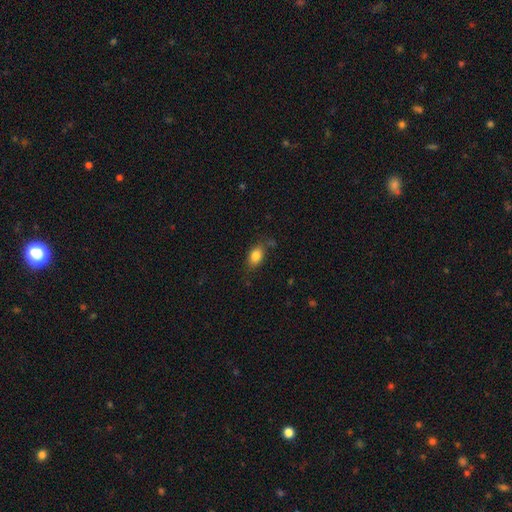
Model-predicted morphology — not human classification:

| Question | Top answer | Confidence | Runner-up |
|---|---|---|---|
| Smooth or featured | smooth | 83% | star or artifact (9%) |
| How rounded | in between | 82% | round (16%) |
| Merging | none | 73% | minor disturbance (19%) |